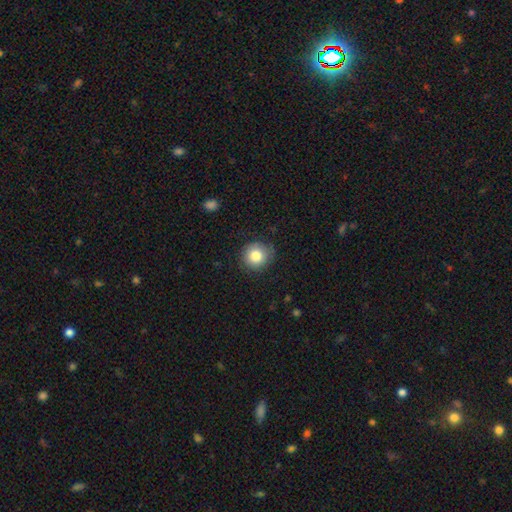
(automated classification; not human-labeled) Smooth or featured? Predicted: smooth (p=0.83). How rounded? Predicted: round (p=0.91). Merging? Predicted: none (p=0.84).